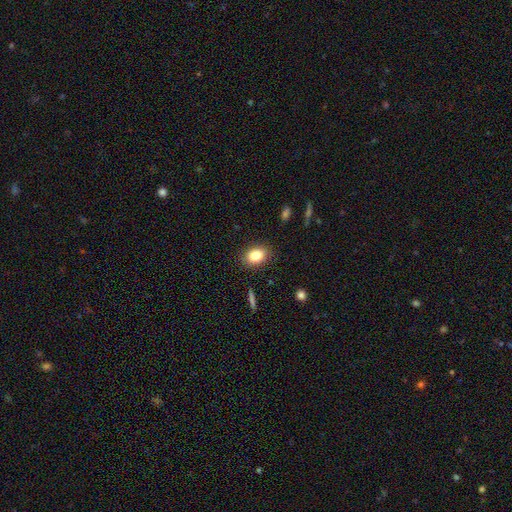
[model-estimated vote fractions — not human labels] Smooth or featured? Predicted: smooth (p=0.85). How rounded? Predicted: in between (p=0.76). Merging? Predicted: none (p=0.86).